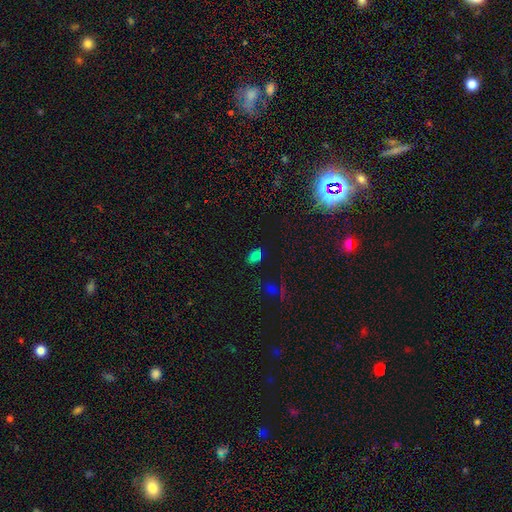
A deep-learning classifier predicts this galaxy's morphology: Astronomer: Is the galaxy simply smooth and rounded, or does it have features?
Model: smooth — 69%.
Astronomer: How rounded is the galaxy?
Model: in between — 84%.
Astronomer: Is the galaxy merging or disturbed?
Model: none — 78%.